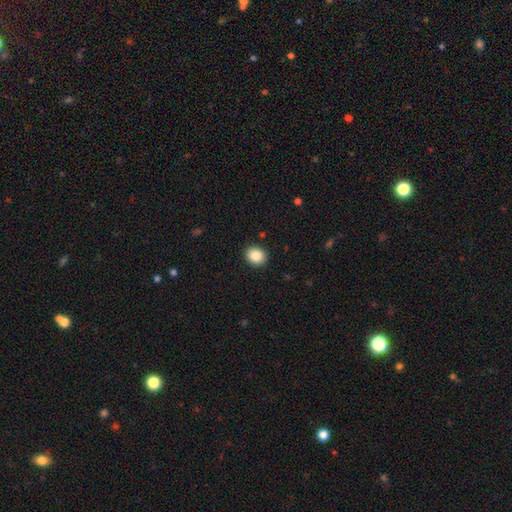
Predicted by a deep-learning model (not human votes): Overall: smooth (87%). How rounded: round (68%; in between 31%). Merging: none (91%).